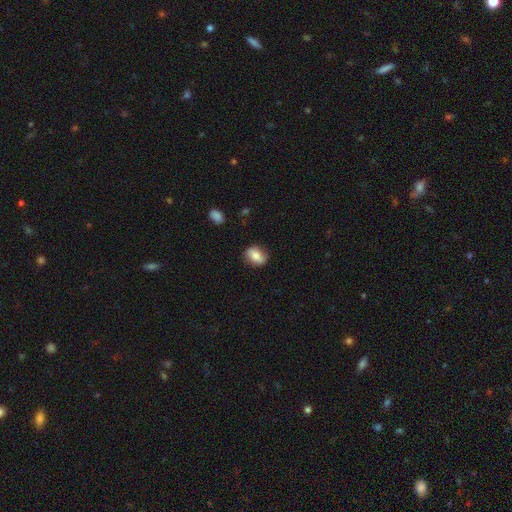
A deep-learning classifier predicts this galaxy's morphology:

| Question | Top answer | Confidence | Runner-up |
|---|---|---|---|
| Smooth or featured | smooth | 74% | featured or disk (18%) |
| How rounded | in between | 67% | round (31%) |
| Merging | none | 81% | minor disturbance (14%) |